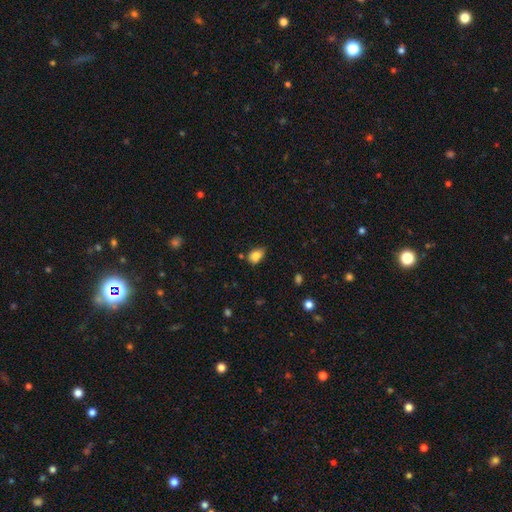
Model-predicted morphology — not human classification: Overall: smooth (83%). How rounded: in between (79%). Merging: none (57%; minor disturbance 33%).